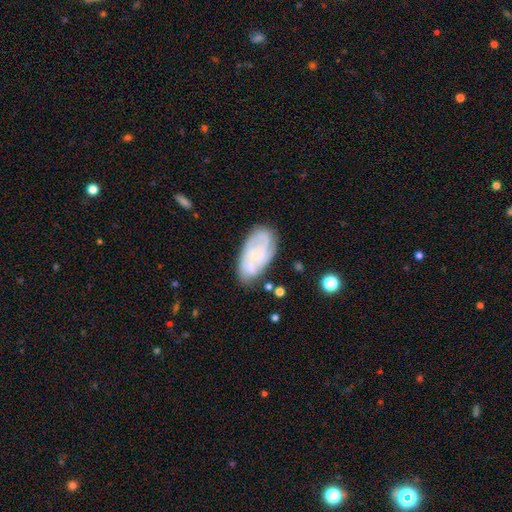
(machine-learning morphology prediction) The model was most divided on "smooth or featured": featured or disk: 62%, smooth: 31%, star or artifact: 7%. More confident: edge-on disk — no (96%); spiral arms — yes (83%); bar — no (73%); bulge size — small (67%); merging — none (66%).